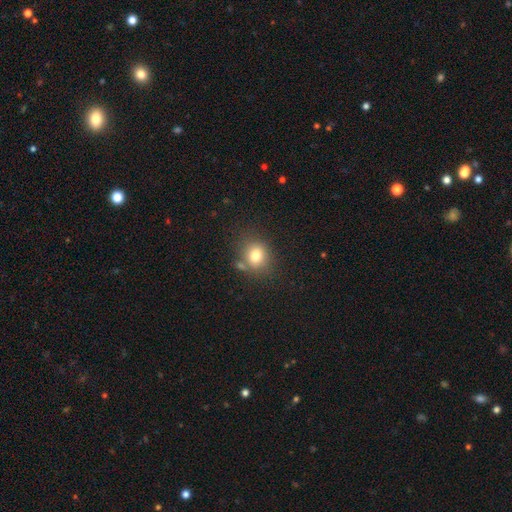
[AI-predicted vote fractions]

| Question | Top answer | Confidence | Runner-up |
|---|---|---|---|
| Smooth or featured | smooth | 78% | star or artifact (12%) |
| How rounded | round | 70% | in between (29%) |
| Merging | none | 70% | minor disturbance (14%) |